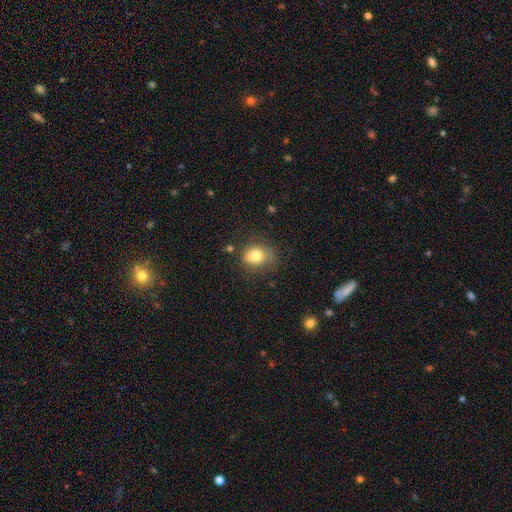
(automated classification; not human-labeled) smooth-or-featured: smooth: 77% | featured or disk: 12% | star or artifact: 10%
  how-rounded: round: 57% | in between: 42% | cigar-shaped: 1%
  merging: none: 66% | minor disturbance: 23% | major disturbance: 8% | merger: 3%